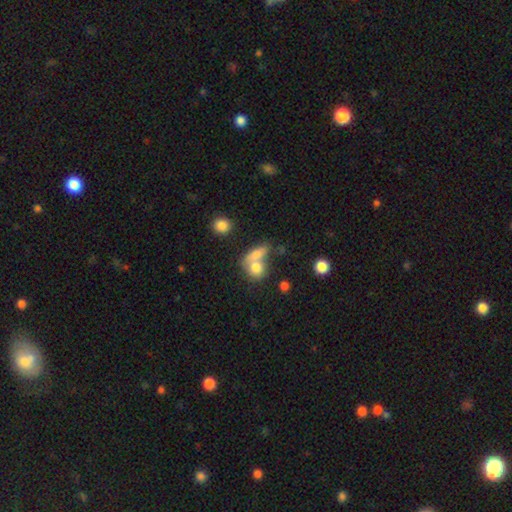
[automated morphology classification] The model was most divided on "how rounded": in between: 54%, round: 39%, cigar-shaped: 7%. More confident: smooth or featured — smooth (76%); merging — merger (59%).